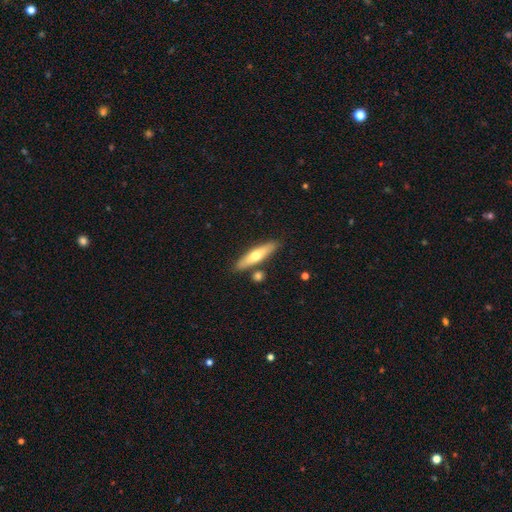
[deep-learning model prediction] Smooth or featured?
  - smooth: 56% *
  - featured or disk: 39%
  - star or artifact: 6%
How rounded?
  - cigar-shaped: 76% *
  - in between: 22%
  - round: 2%
Merging?
  - none: 81% *
  - minor disturbance: 10%
  - merger: 7%
  - major disturbance: 2%